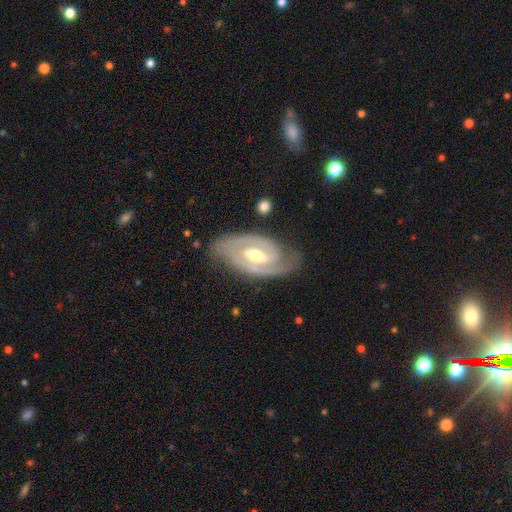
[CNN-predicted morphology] Smooth or featured? featured or disk (90%)
Edge-on disk? no (96%)
Bar? weak (41%)
Spiral arms? yes (94%)
Spiral winding? tight (57%)
Spiral arm count? 2 (88%)
Bulge size? moderate (69%)
Merging? none (78%)